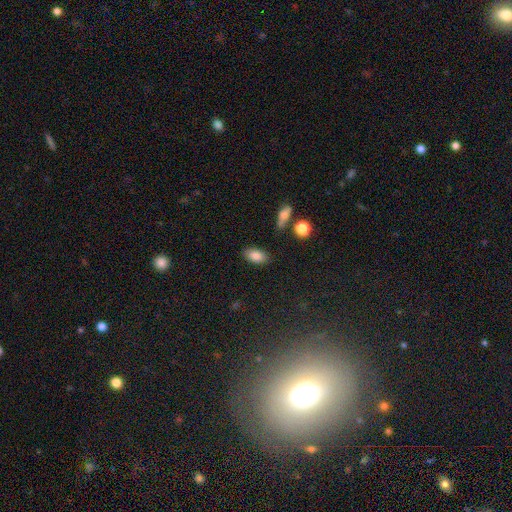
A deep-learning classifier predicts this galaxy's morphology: type=smooth (83%); roundness=in between (91%); merging=none (84%).